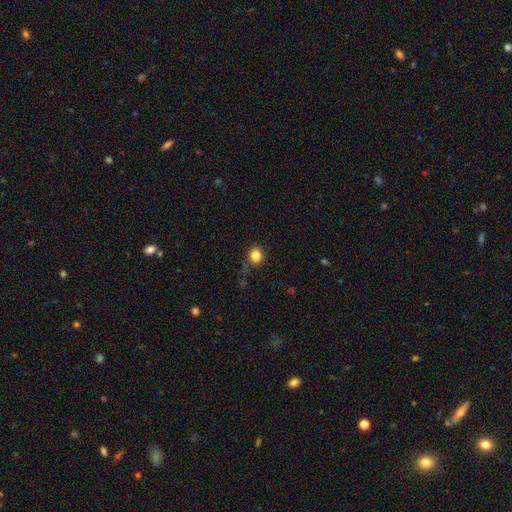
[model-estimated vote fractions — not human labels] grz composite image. It shows a smooth galaxy with no disk features (83%) that is round (74%). Merging: none (78%).